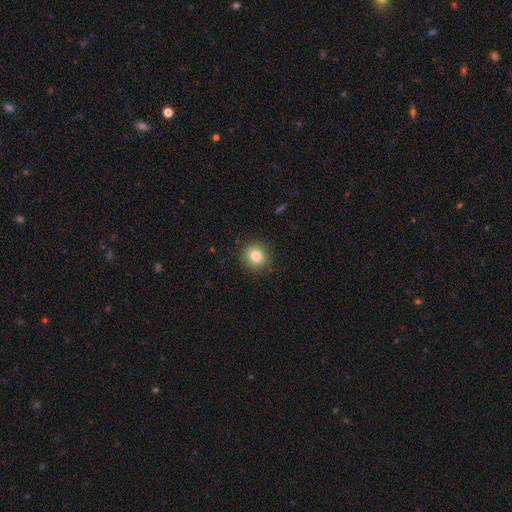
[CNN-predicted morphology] The model was most divided on "smooth or featured": smooth: 82%, star or artifact: 11%, featured or disk: 7%. More confident: merging — none (90%); how rounded — round (87%).